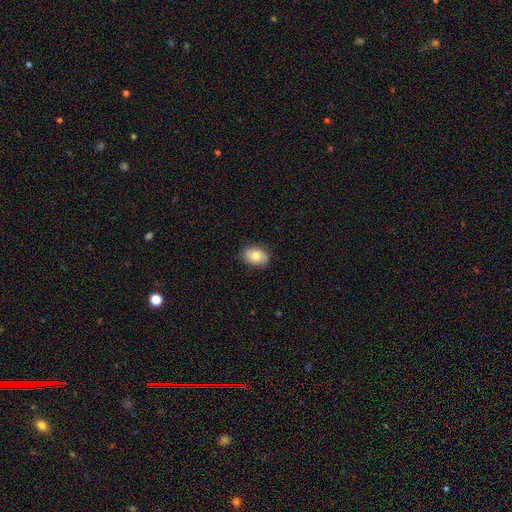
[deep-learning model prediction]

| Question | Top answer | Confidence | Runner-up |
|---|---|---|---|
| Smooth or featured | smooth | 78% | featured or disk (15%) |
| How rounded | in between | 81% | round (18%) |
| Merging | none | 84% | minor disturbance (13%) |